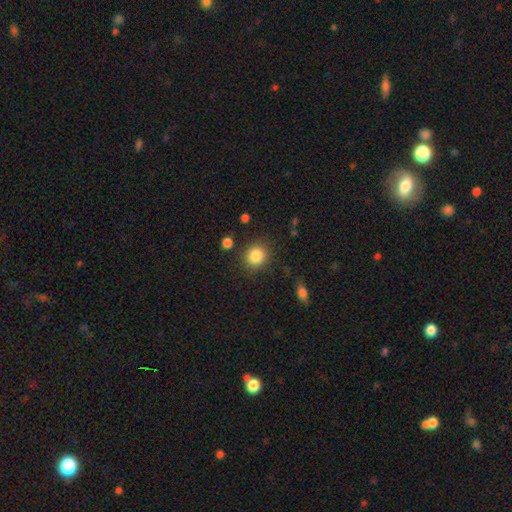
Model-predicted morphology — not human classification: A smooth galaxy with no disk features (86%) that is round (80%). Merging: none (84%).